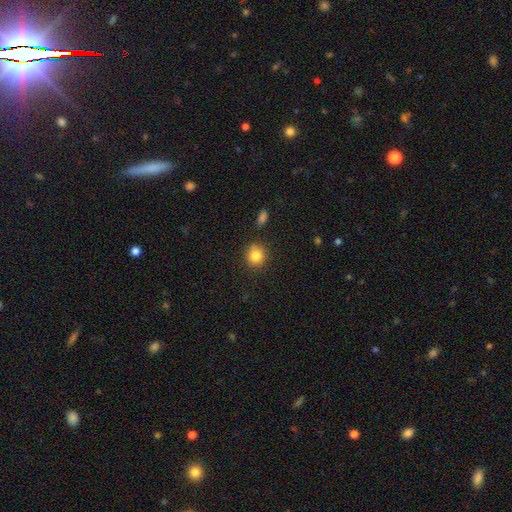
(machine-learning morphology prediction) Q: Smooth or featured?
A: smooth (84%); runner-up: star or artifact (10%)
Q: How rounded?
A: round (87%); runner-up: in between (12%)
Q: Merging?
A: none (83%); runner-up: minor disturbance (11%)